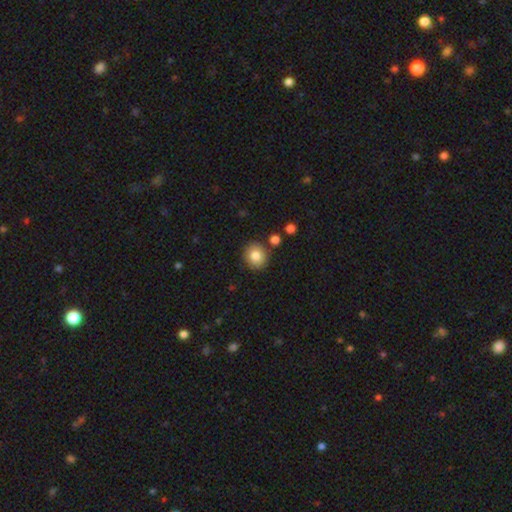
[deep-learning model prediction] Morphology: type=smooth (83%); roundness=round (84%); merging=none (85%).